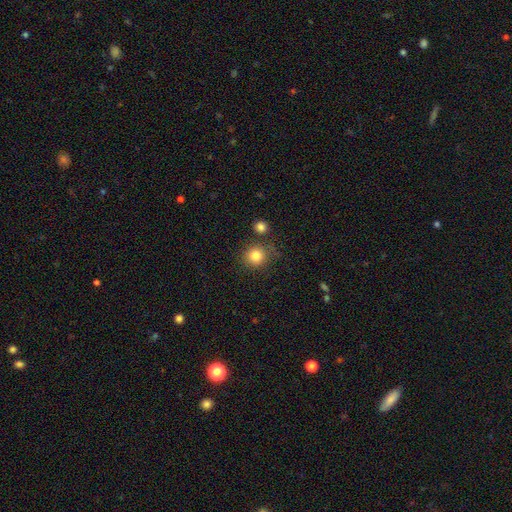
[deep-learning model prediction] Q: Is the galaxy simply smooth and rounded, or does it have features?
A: smooth — 82%.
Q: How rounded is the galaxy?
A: round — 89%.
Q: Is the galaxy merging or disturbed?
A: none — 77%.